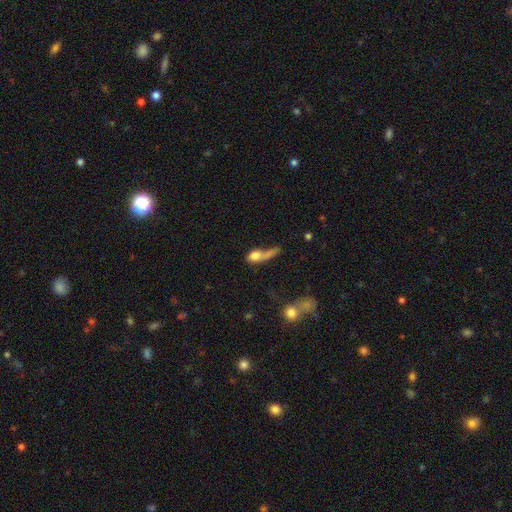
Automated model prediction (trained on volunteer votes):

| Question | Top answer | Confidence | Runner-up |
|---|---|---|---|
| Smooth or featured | smooth | 63% | featured or disk (26%) |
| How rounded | in between | 55% | round (28%) |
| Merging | major disturbance | 38% | merger (28%) |